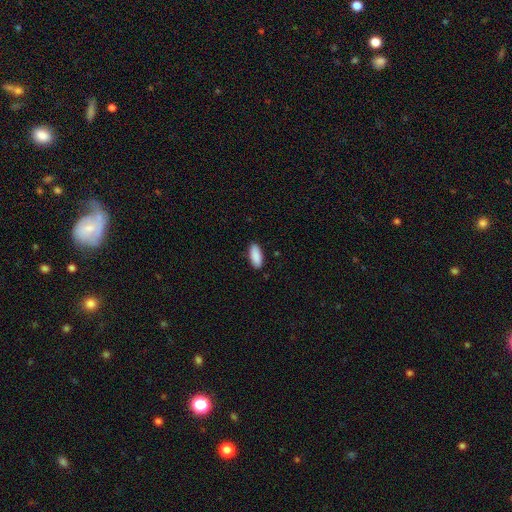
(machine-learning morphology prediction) Smooth or featured? smooth (91%)
How rounded? in between (83%)
Merging? none (89%)